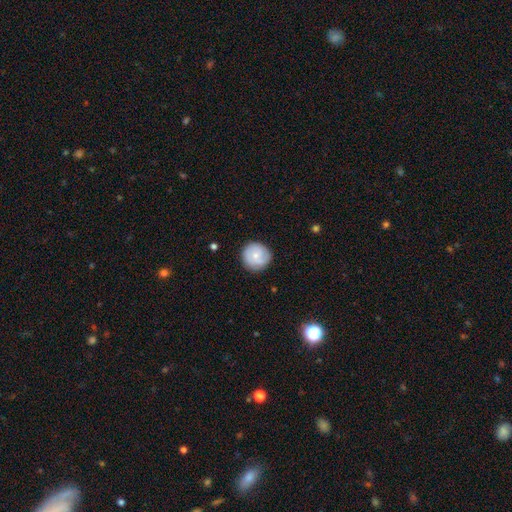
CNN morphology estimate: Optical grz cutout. It shows a smooth galaxy with no disk features (59%) that is round (93%). Merging: none (83%).